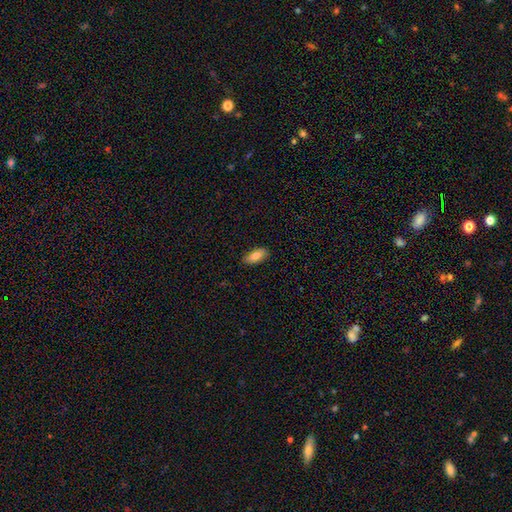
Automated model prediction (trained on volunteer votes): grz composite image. It shows a smooth galaxy with no disk features (77%) that is in between round and cigar-shaped (85%). Merging: none (87%).